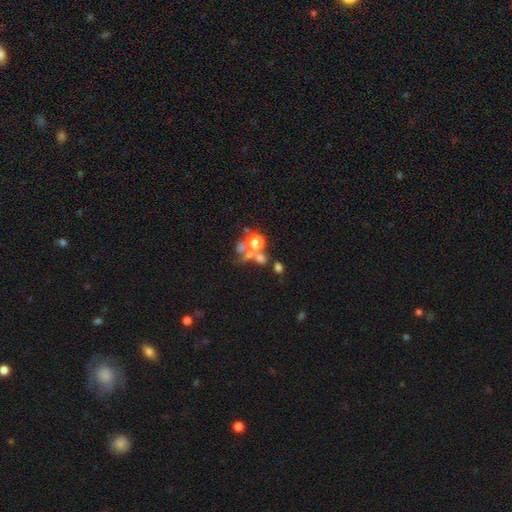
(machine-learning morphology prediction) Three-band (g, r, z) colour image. It shows a smooth galaxy with no disk features (47%). Merging: none (40%, tied with merger).